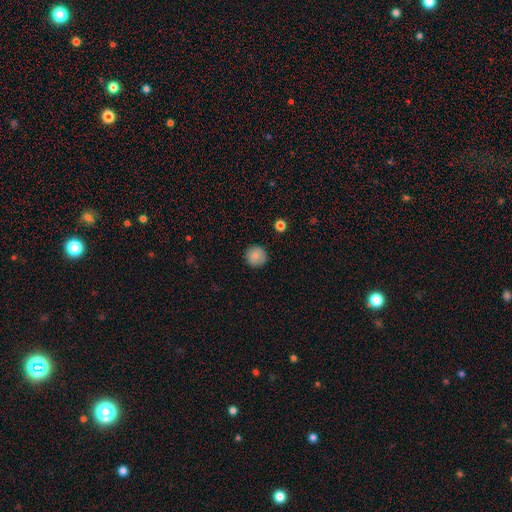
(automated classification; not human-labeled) Overall: smooth (85%). How rounded: round (94%). Merging: none (90%).